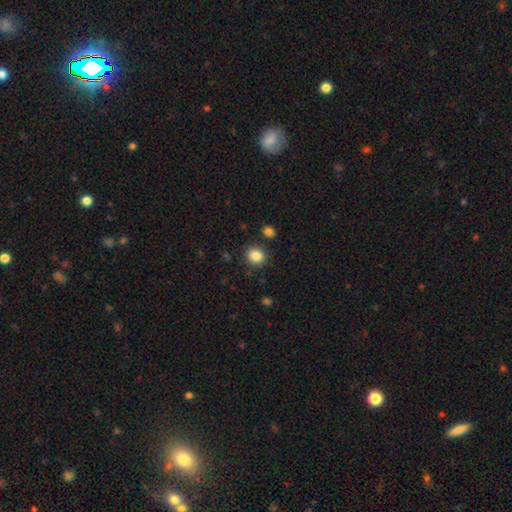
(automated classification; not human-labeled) The model was most divided on "how rounded": round: 80%, in between: 19%, cigar-shaped: 1%. More confident: merging — none (87%); smooth or featured — smooth (86%).